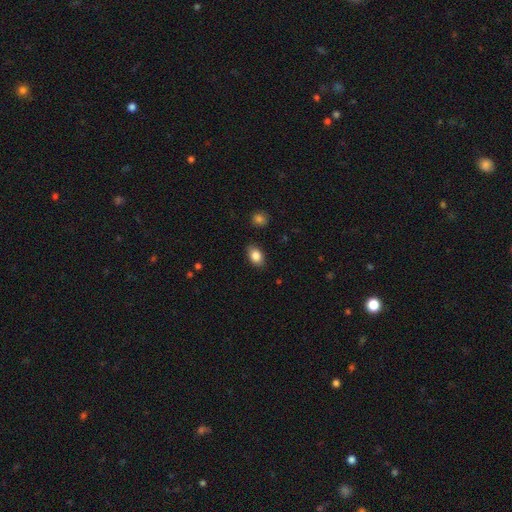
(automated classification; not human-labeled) smooth-or-featured: smooth: 86% | star or artifact: 8% | featured or disk: 6%
  how-rounded: in between: 85% | round: 13% | cigar-shaped: 2%
  merging: none: 86% | minor disturbance: 10% | major disturbance: 2% | merger: 1%